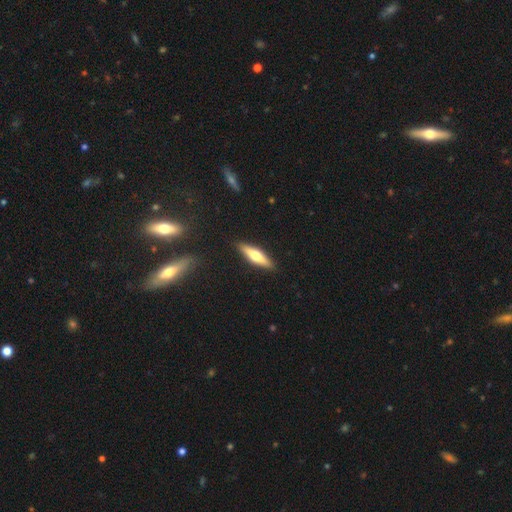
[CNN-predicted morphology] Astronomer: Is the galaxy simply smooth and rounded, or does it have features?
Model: smooth — 50% (runner-up: featured or disk, 44%).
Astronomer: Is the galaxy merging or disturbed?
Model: none — 89%.